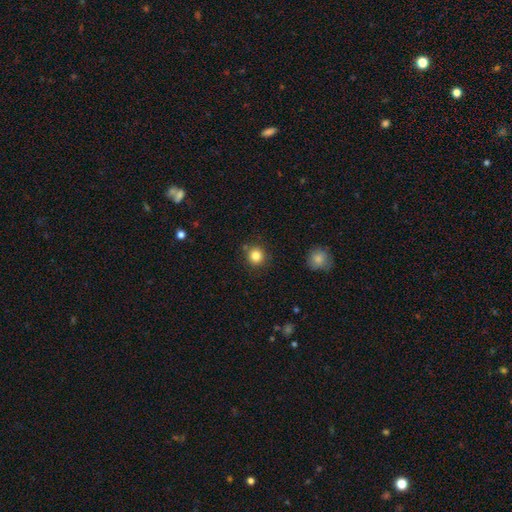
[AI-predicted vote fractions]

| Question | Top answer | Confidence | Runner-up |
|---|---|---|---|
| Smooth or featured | smooth | 84% | star or artifact (11%) |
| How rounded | round | 92% | in between (7%) |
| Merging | none | 85% | minor disturbance (8%) |